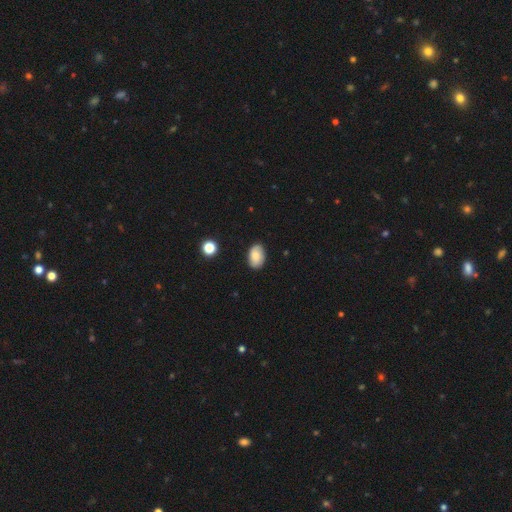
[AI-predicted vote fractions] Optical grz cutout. It shows a smooth galaxy with no disk features (80%) that is in between round and cigar-shaped (88%). Merging: none (85%).